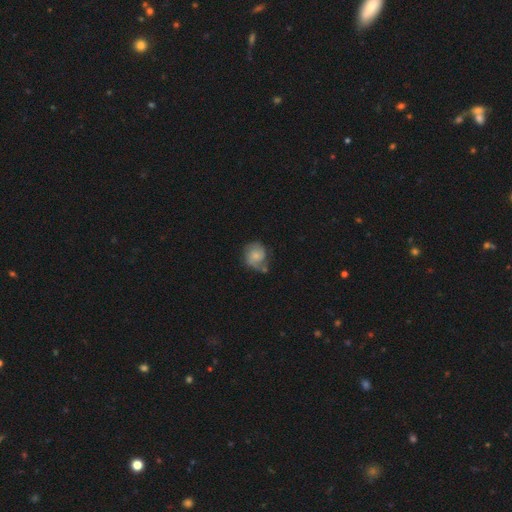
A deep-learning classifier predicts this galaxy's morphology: type=featured or disk (55%); edge-on=no (98%); bar=no (71%); spiral arms=yes (88%); bulge=small (55%); merging=none (54%).